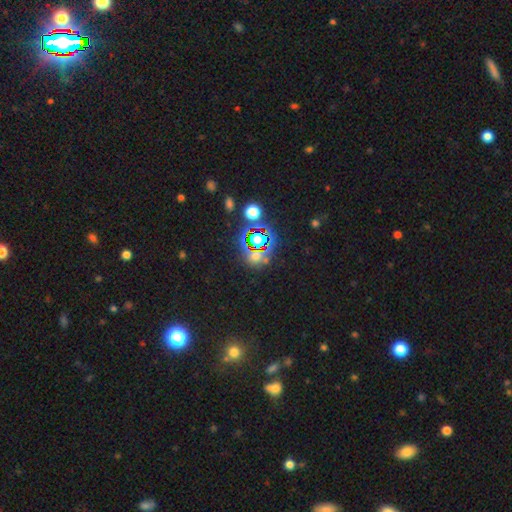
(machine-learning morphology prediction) A star or artifact, not a galaxy (65%).